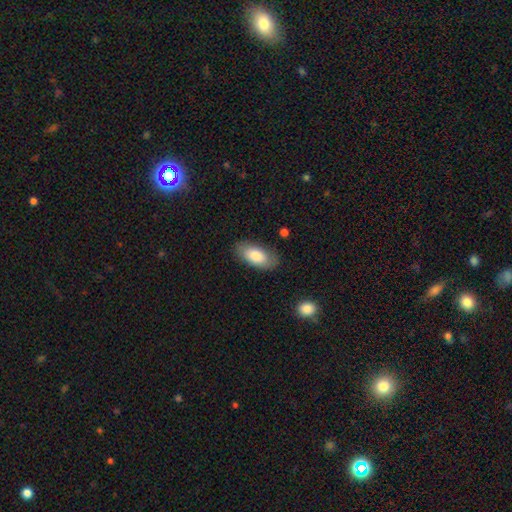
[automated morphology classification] The model was most divided on "merging": none: 80%, minor disturbance: 14%, major disturbance: 4%, merger: 1%. More confident: how rounded — in between (93%); smooth or featured — smooth (82%).